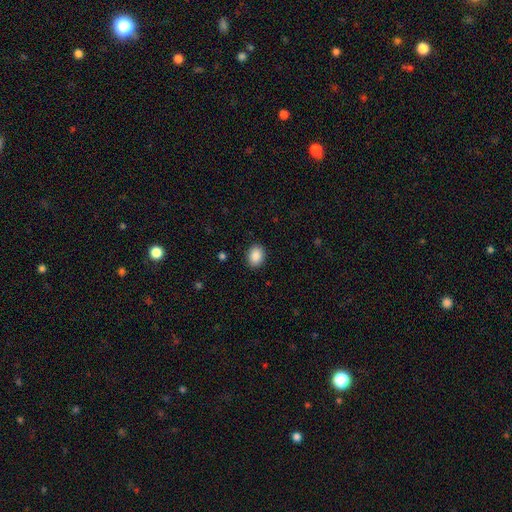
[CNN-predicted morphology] This is clearly a smooth galaxy (89%). How rounded: likely in between (64%). Merging: clearly none (90%).